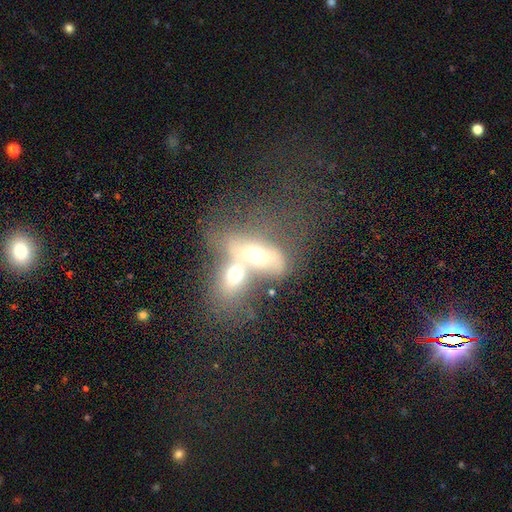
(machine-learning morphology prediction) The model was most divided on "smooth or featured": smooth: 51%, featured or disk: 40%, star or artifact: 9%. More confident: merging — merger (79%); how rounded — in between (77%).